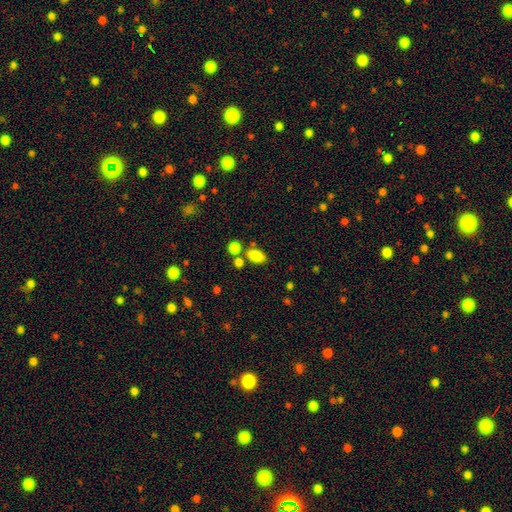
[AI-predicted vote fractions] The model was most divided on "merging": none: 64%, merger: 18%, minor disturbance: 13%, major disturbance: 5%. More confident: how rounded — in between (89%); smooth or featured — smooth (83%).